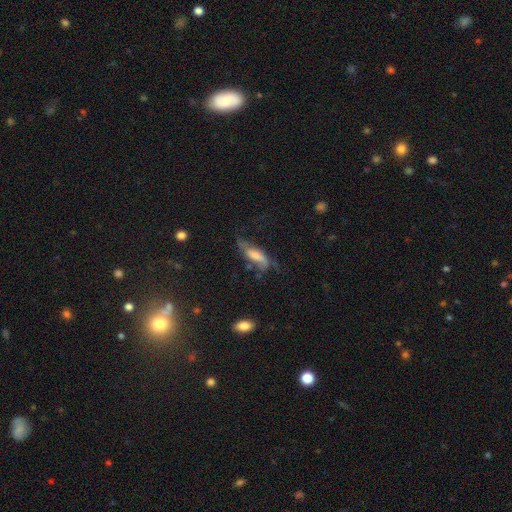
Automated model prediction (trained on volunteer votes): Overall: smooth (47%; featured or disk 44%). Merging: none (37%; major disturbance 30%).